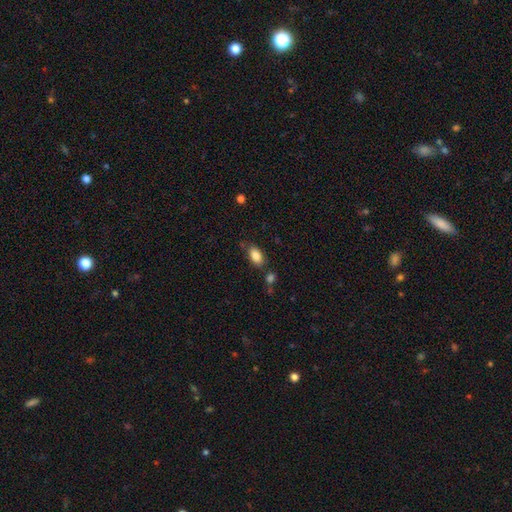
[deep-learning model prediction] A smooth galaxy with no disk features (86%) that is in between round and cigar-shaped (91%). Merging: none (73%).